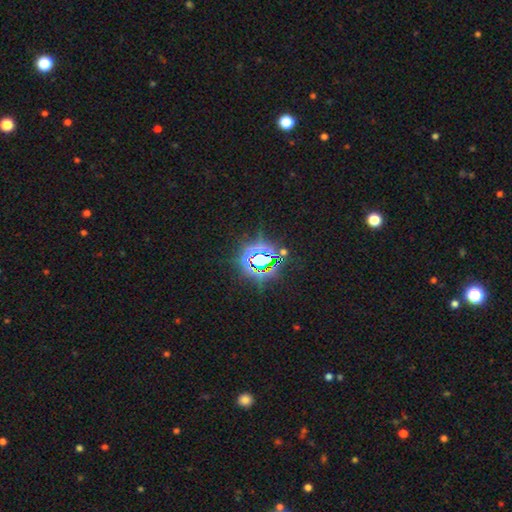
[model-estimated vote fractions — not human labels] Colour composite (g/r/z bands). It shows a star or artifact, not a galaxy (78%).